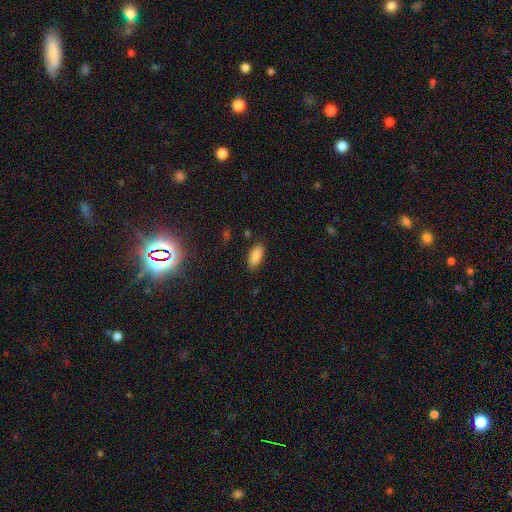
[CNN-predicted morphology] Q: Smooth or featured?
A: smooth (86%); runner-up: star or artifact (8%)
Q: How rounded?
A: in between (88%); runner-up: cigar-shaped (10%)
Q: Merging?
A: none (84%); runner-up: minor disturbance (12%)